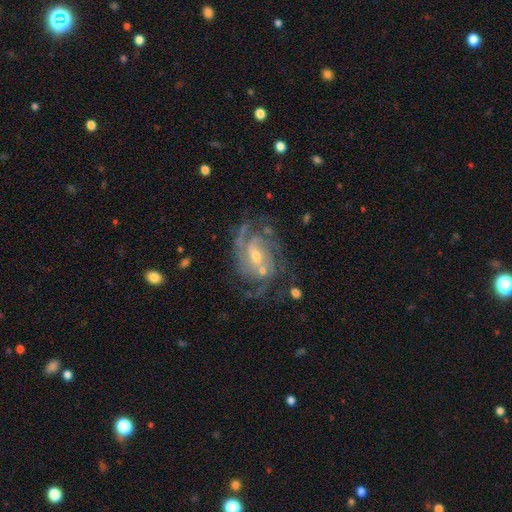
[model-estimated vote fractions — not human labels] Smooth or featured? Predicted: featured or disk (p=0.88). Edge-on disk? Predicted: no (p=0.97). Bar? Predicted: weak (p=0.47). Spiral arms? Predicted: yes (p=0.96). Spiral winding? Predicted: tight (p=0.46). Spiral arm count? Predicted: 3 (p=0.31). Bulge size? Predicted: small (p=0.54). Merging? Predicted: none (p=0.62).